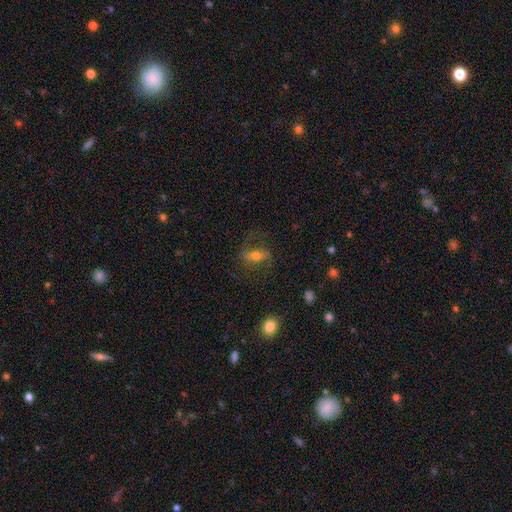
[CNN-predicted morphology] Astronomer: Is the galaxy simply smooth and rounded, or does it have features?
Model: featured or disk — 51% (runner-up: smooth, 39%).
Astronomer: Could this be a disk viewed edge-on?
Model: no — 82%.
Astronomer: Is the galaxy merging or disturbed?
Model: none — 67%.